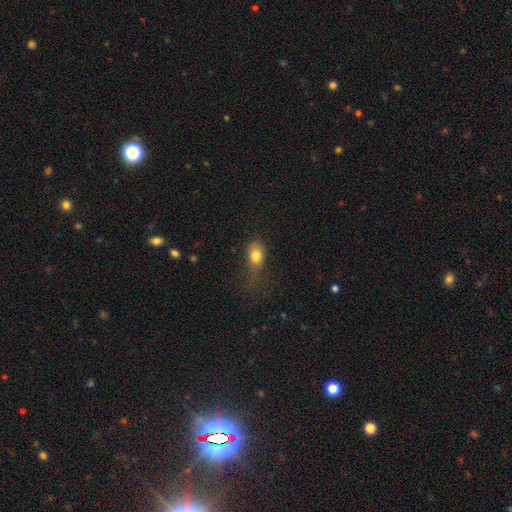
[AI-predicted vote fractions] The model was most divided on "merging": none: 36%, minor disturbance: 33%, major disturbance: 28%, merger: 3%. More confident: smooth or featured — smooth (81%); how rounded — in between (74%).